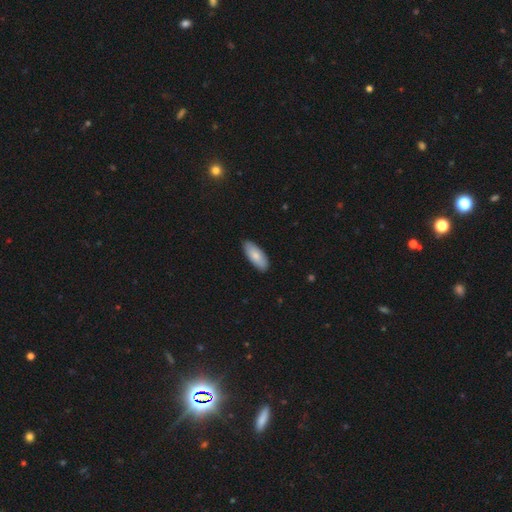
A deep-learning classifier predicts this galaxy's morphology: smooth_or_featured: smooth (p=0.81) [alt: featured or disk p=0.14]
how_rounded: in between (p=0.84) [alt: cigar-shaped p=0.15]
merging: none (p=0.88) [alt: minor disturbance p=0.10]